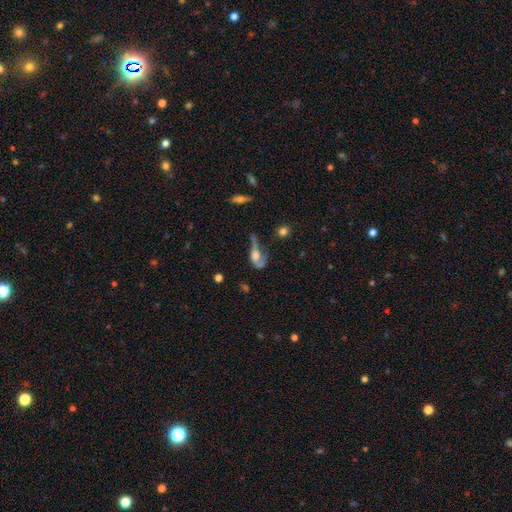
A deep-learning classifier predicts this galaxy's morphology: This appears to be a featured or disk galaxy (54%). Merging: major disturbance (48%).